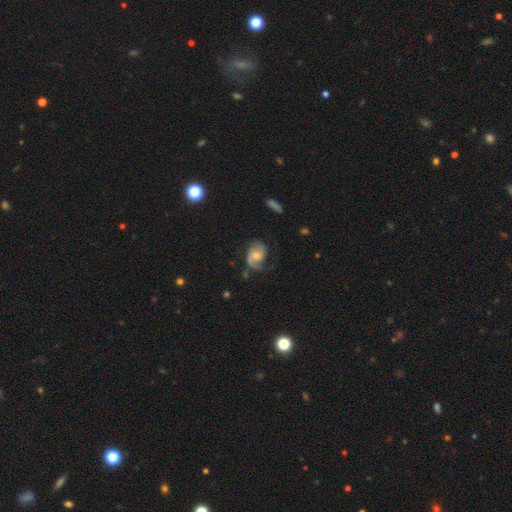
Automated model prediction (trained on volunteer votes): This is likely a featured or disk galaxy (73%). It is clearly not viewed edge-on (97%). Bar: likely no (67%). Spiral arm pattern: clearly yes (92%). Spiral arm count: possibly 2 (55%). Spiral winding: marginally medium (42%). Central bulge: possibly moderate (52%). Merging: possibly none (51%).